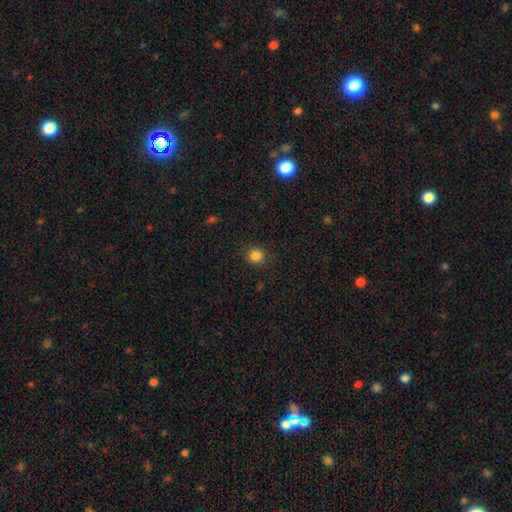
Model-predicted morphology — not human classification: This appears to be a smooth galaxy with no disk features (85%) that is round (87%). Merging: none (88%).